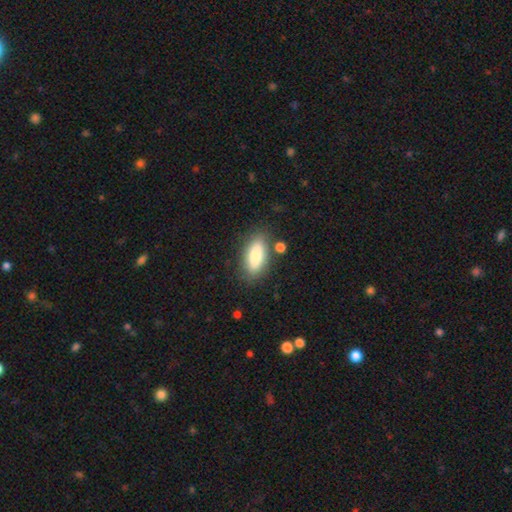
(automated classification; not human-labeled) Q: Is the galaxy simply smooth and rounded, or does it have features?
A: smooth — 81%.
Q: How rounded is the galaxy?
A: in between — 79%.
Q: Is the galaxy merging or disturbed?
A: none — 79%.